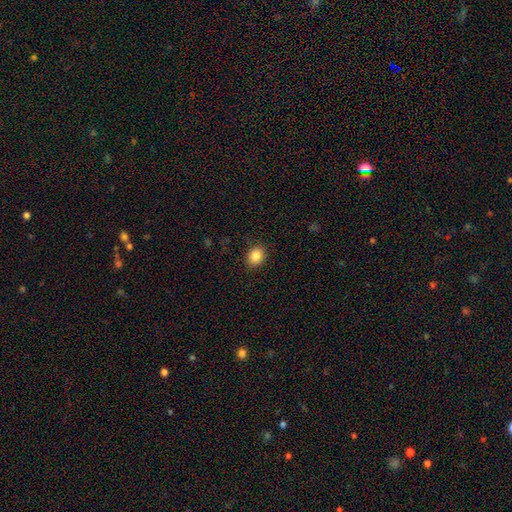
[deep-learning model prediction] Q: Smooth or featured?
A: smooth (85%); runner-up: star or artifact (10%)
Q: How rounded?
A: round (55%); runner-up: in between (44%)
Q: Merging?
A: none (89%); runner-up: minor disturbance (8%)